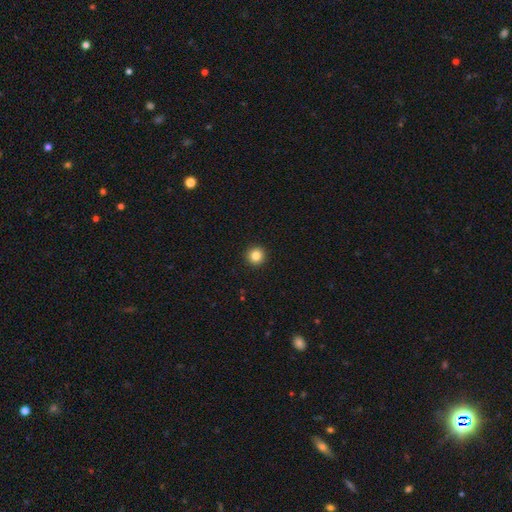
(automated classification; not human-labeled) The model was most divided on "smooth or featured": smooth: 84%, star or artifact: 11%, featured or disk: 5%. More confident: how rounded — round (96%); merging — none (94%).